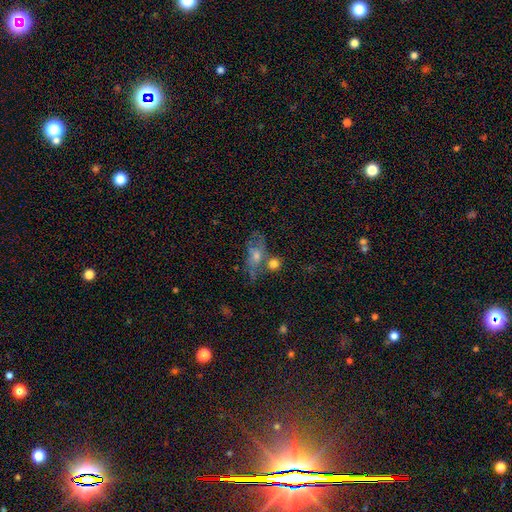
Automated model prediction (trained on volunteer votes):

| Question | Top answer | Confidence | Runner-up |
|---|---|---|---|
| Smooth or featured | featured or disk | 42% | smooth (39%) |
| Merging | none | 46% | merger (20%) |